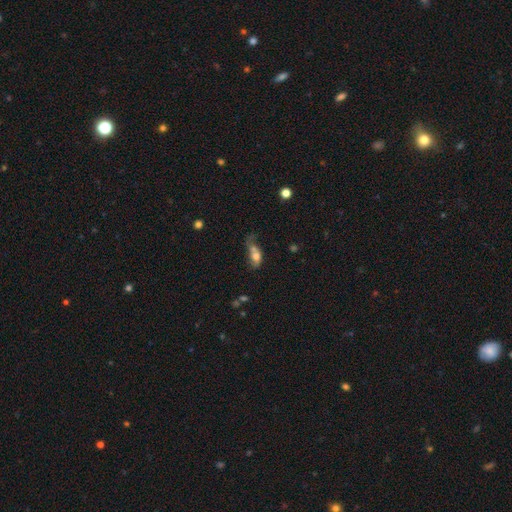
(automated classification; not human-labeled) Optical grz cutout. It shows a smooth galaxy with no disk features (66%) that is in between round and cigar-shaped (74%). Merging: merger (34%).